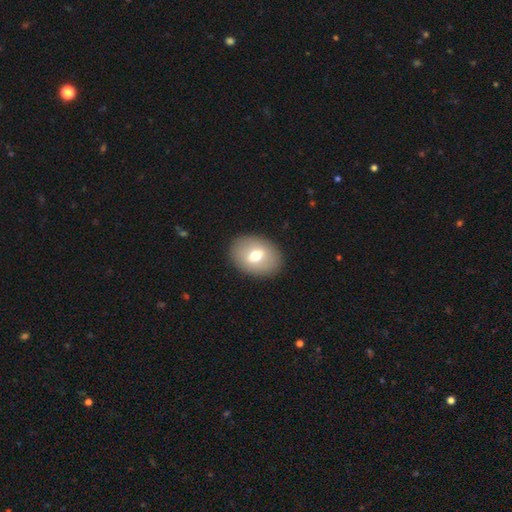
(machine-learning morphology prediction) Smooth or featured?
  - smooth: 65% *
  - featured or disk: 28%
  - star or artifact: 8%
How rounded?
  - in between: 68% *
  - round: 31%
  - cigar-shaped: 1%
Merging?
  - none: 89% *
  - minor disturbance: 7%
  - major disturbance: 3%
  - merger: 1%